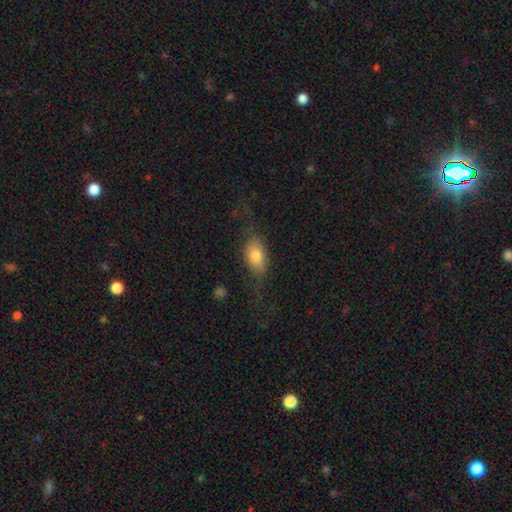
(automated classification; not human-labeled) Smooth or featured: smooth — 73% (featured or disk — 19%)
How rounded: in between — 85% (round — 9%)
Merging: none — 55% (major disturbance — 23%)